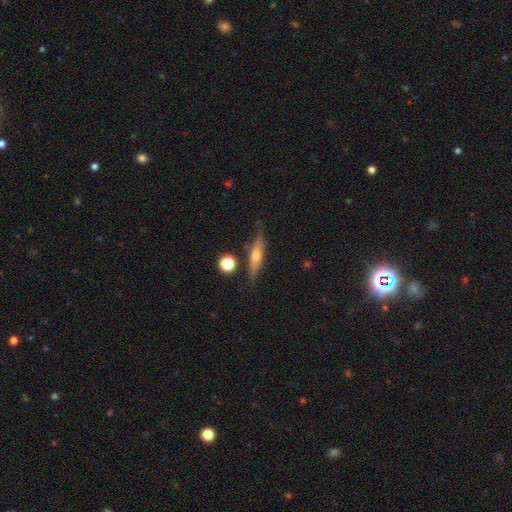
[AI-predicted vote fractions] This appears to be a featured or disk galaxy (53%) viewed edge-on (91%). Merging: none (79%).